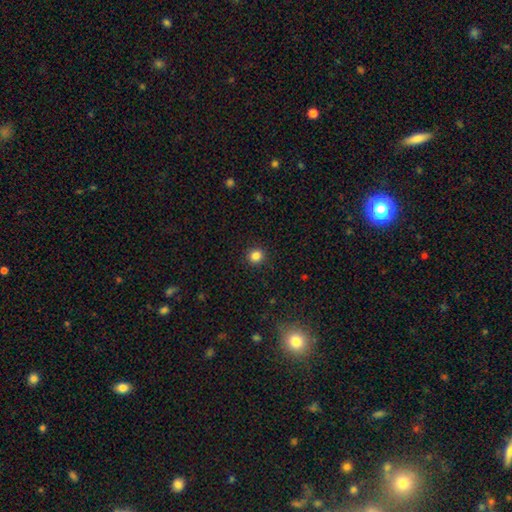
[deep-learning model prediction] A smooth galaxy with no disk features (84%) that is round (92%). Merging: none (92%).